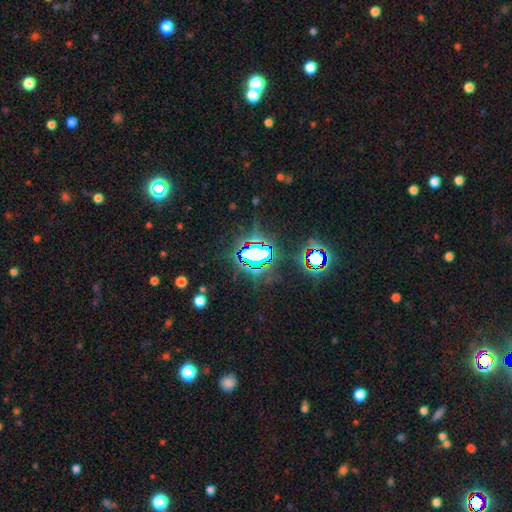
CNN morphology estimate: smooth_or_featured: star or artifact (p=0.80) [alt: smooth p=0.11]